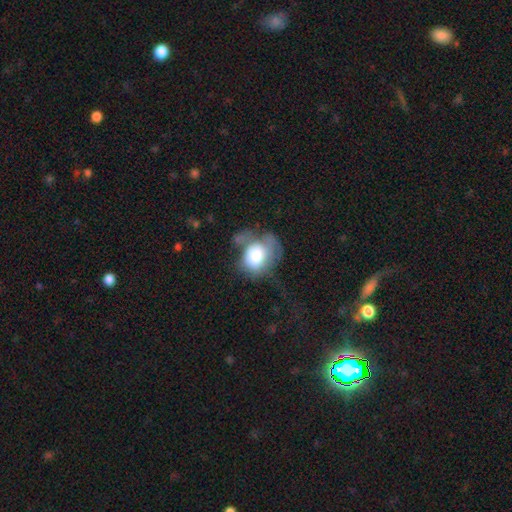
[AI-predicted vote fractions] The model was most divided on "how rounded": round: 54%, in between: 45%, cigar-shaped: 1%. Remaining: smooth or featured — smooth (65%); merging — major disturbance (41%).